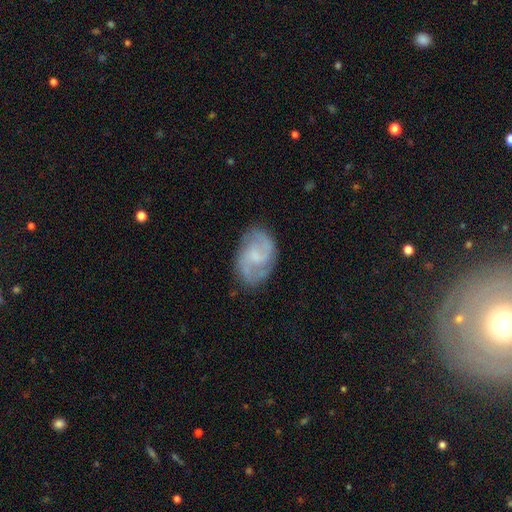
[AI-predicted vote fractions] Smooth or featured?
  - featured or disk: 77% *
  - smooth: 17%
  - star or artifact: 6%
Edge-on disk?
  - no: 97% *
  - yes: 3%
Bar?
  - weak: 48% *
  - no: 44%
  - strong: 8%
Spiral arms?
  - yes: 94% *
  - no: 6%
Spiral winding?
  - medium: 51% *
  - tight: 27%
  - loose: 22%
Spiral arm count?
  - 2: 73% *
  - can't tell: 12%
  - 3: 9%
  - 1: 3%
  - 4: 2%
  - more than 4: 2%
Bulge size?
  - small: 44% *
  - none: 26%
  - moderate: 26%
  - large: 3%
  - dominant: 1%
Merging?
  - none: 76% *
  - minor disturbance: 17%
  - major disturbance: 6%
  - merger: 1%